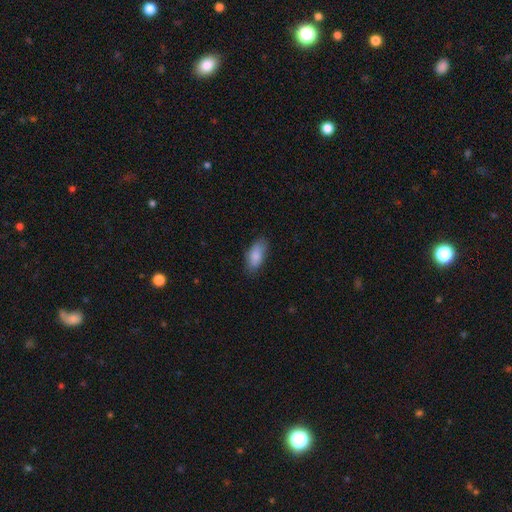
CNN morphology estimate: smooth_or_featured: smooth (p=0.86) [alt: featured or disk p=0.07]
how_rounded: in between (p=0.89) [alt: cigar-shaped p=0.08]
merging: none (p=0.79) [alt: minor disturbance p=0.16]